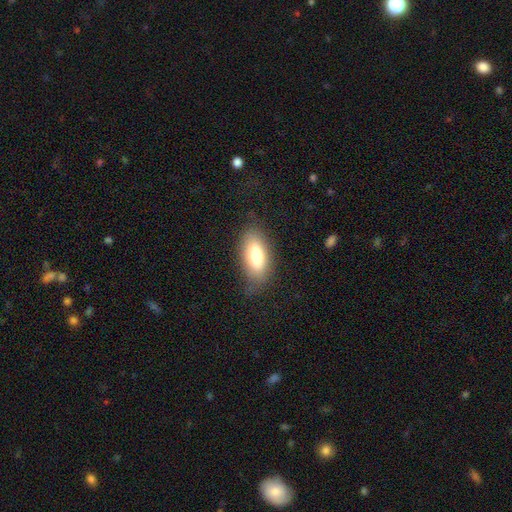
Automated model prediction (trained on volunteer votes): smooth_or_featured: smooth (p=0.79) [alt: featured or disk p=0.14]
how_rounded: in between (p=0.86) [alt: cigar-shaped p=0.11]
merging: none (p=0.76) [alt: minor disturbance p=0.17]